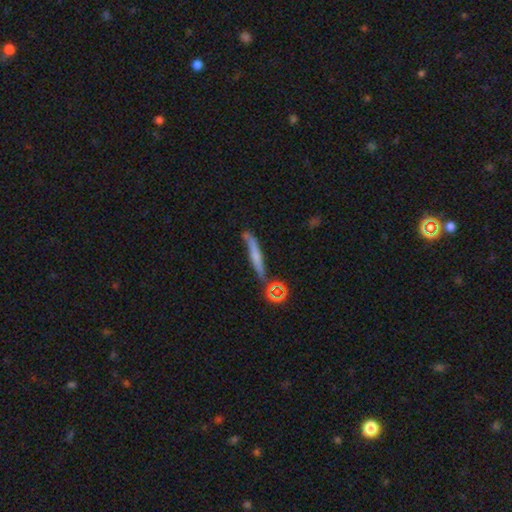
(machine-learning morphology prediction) type=smooth (51%); roundness=cigar-shaped (88%); merging=none (61%).